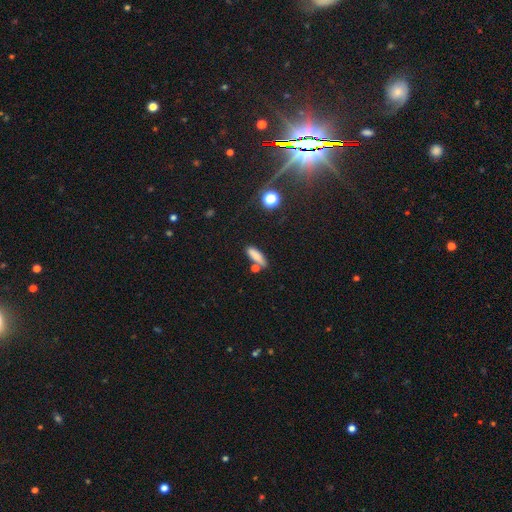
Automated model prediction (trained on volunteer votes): The model was most divided on "how rounded": cigar-shaped: 54%, in between: 42%, round: 4%. More confident: smooth or featured — smooth (80%); merging — none (67%).